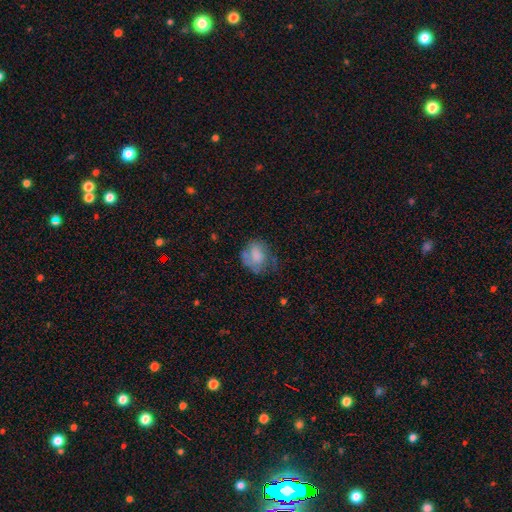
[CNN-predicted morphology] Smooth or featured?
  - smooth: 65% *
  - featured or disk: 25%
  - star or artifact: 9%
How rounded?
  - round: 52% *
  - in between: 47%
  - cigar-shaped: 1%
Merging?
  - none: 42% *
  - minor disturbance: 30%
  - major disturbance: 23%
  - merger: 5%